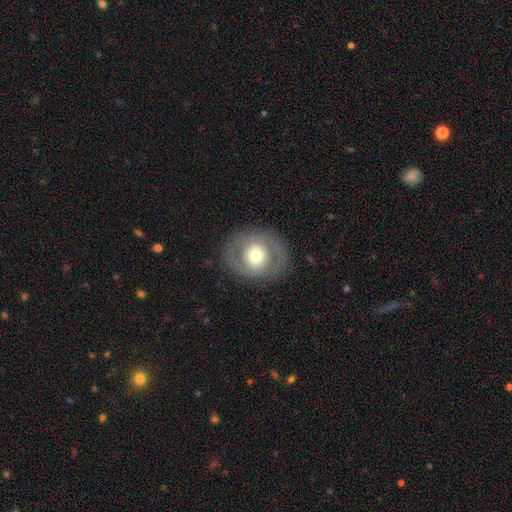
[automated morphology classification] A featured or disk galaxy (51%).

Vote fractions:
- Smooth or featured? featured or disk: 51% / smooth: 41% / star or artifact: 7%
- Edge-on disk? no: 95% / yes: 5%
- Merging? none: 83% / minor disturbance: 10% / major disturbance: 6% / merger: 1%